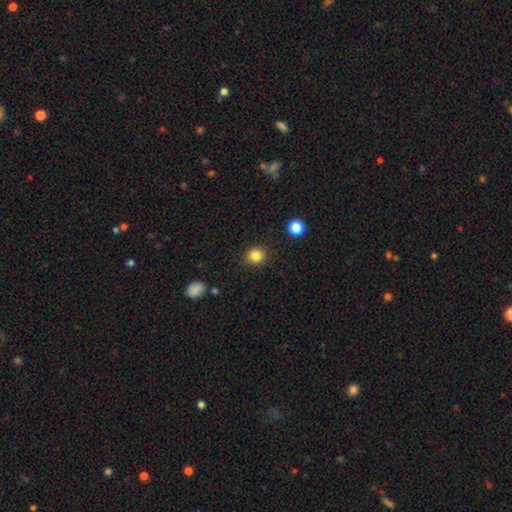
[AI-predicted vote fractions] Smooth or featured?
  - smooth: 84% *
  - star or artifact: 11%
  - featured or disk: 5%
How rounded?
  - round: 80% *
  - in between: 19%
  - cigar-shaped: 1%
Merging?
  - none: 88% *
  - minor disturbance: 8%
  - major disturbance: 2%
  - merger: 1%